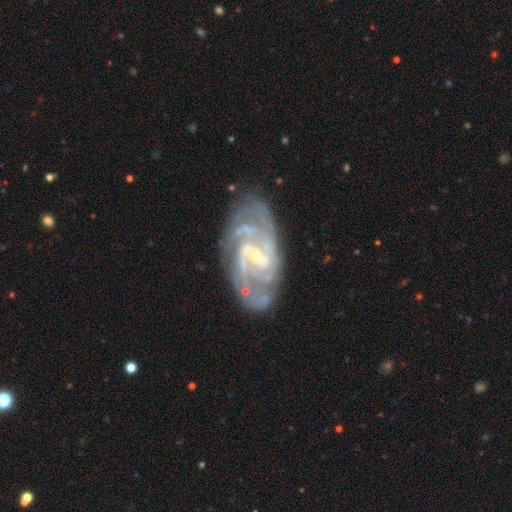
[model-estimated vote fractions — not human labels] featured or disk 89%, star or artifact 6%, smooth 5%. Down the decision tree: edge-on disk — no (96%); bar — weak (49%); spiral arms — yes (95%); spiral arm count — 2 (35%); spiral winding — tight (47%); bulge size — small (70%); merging — none (71%).